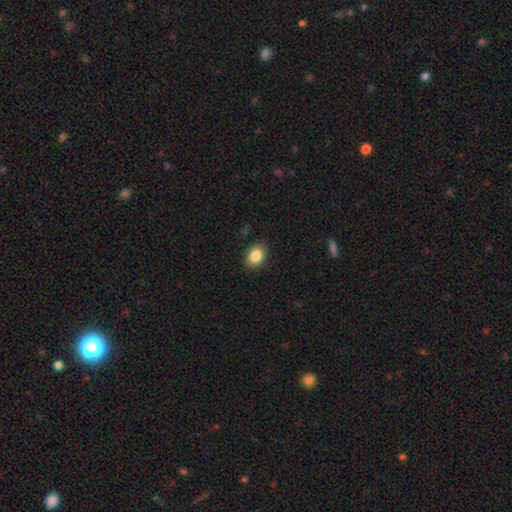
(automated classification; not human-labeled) smooth 86%, star or artifact 9%, featured or disk 5%. Down the decision tree: how rounded — in between (68%); merging — none (87%).